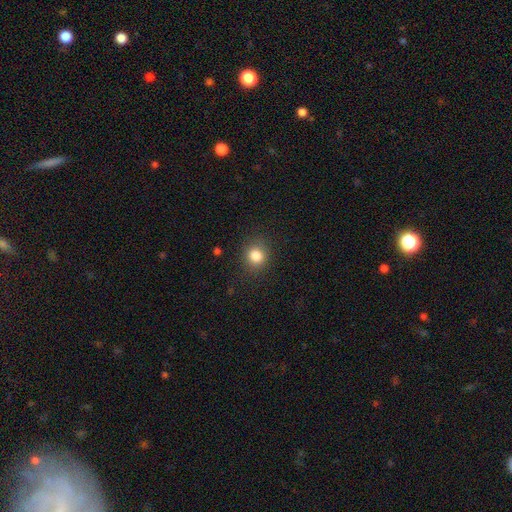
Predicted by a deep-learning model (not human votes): Overall: smooth (83%). How rounded: round (78%). Merging: none (87%).